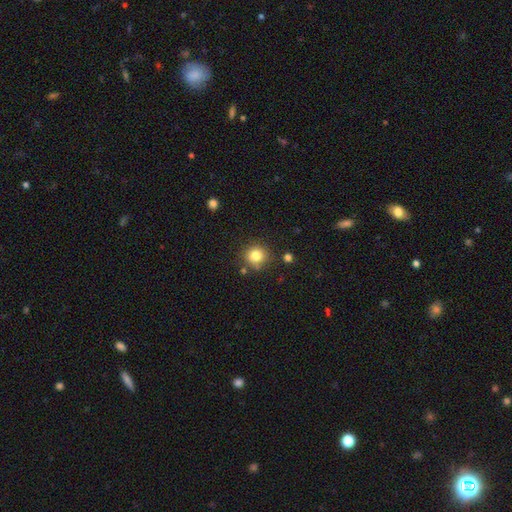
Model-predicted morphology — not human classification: Smooth or featured? Predicted: smooth (p=0.81). How rounded? Predicted: round (p=0.90). Merging? Predicted: none (p=0.81).